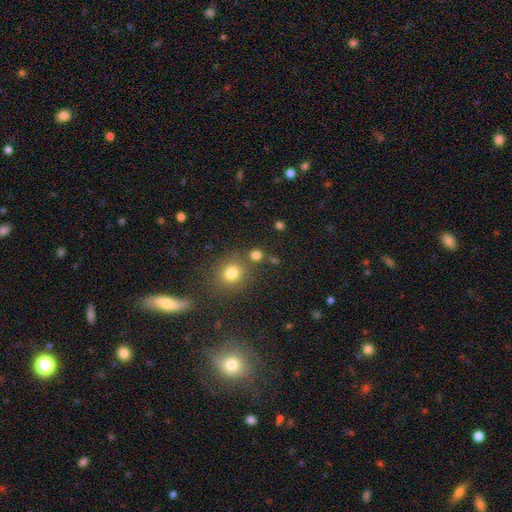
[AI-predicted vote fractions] Smooth or featured? Predicted: smooth (p=0.67). How rounded? Predicted: round (p=0.81). Merging? Predicted: none (p=0.76).